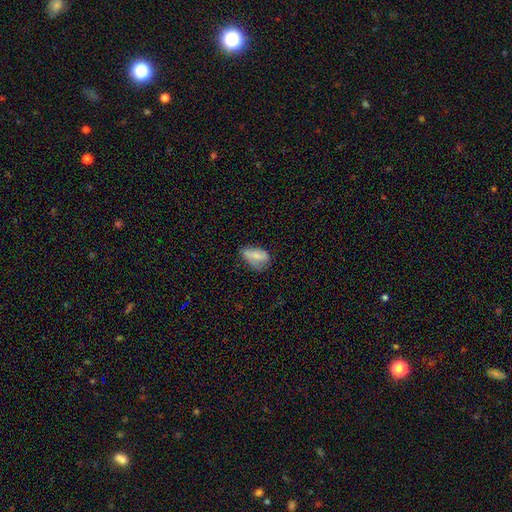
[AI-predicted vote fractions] smooth_or_featured: smooth (p=0.68) [alt: featured or disk p=0.24]
how_rounded: in between (p=0.86) [alt: round p=0.08]
merging: none (p=0.43) [alt: minor disturbance p=0.37]